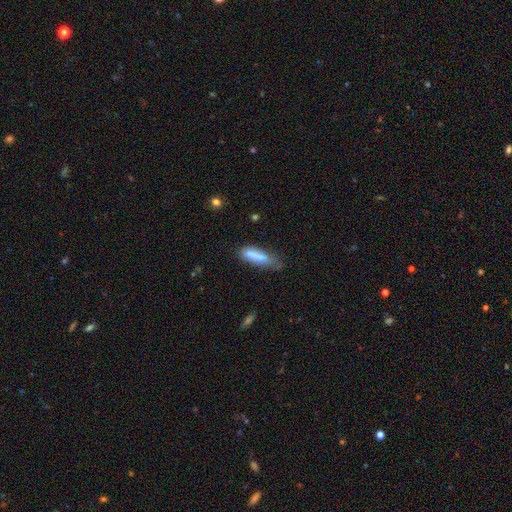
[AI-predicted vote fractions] Smooth or featured? smooth (74%)
How rounded? cigar-shaped (61%)
Merging? none (45%)